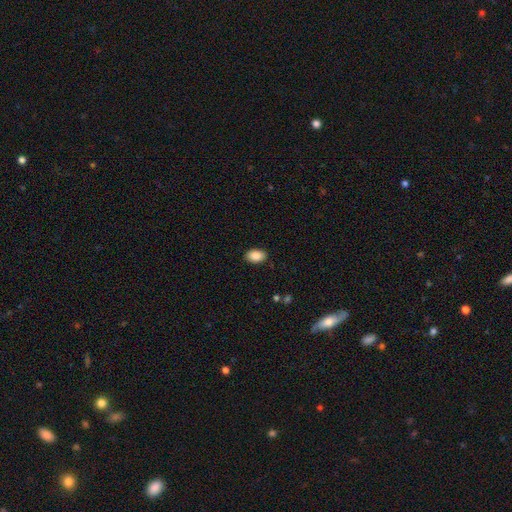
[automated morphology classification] type=smooth (89%); roundness=in between (88%); merging=none (88%).